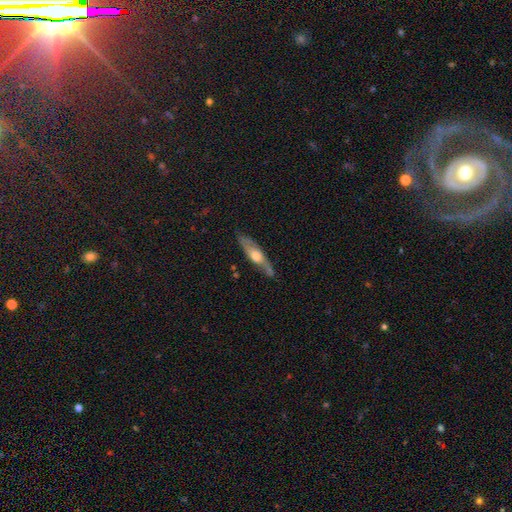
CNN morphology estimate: Smooth or featured? featured or disk (57%)
Edge-on disk? yes (73%)
Merging? none (73%)